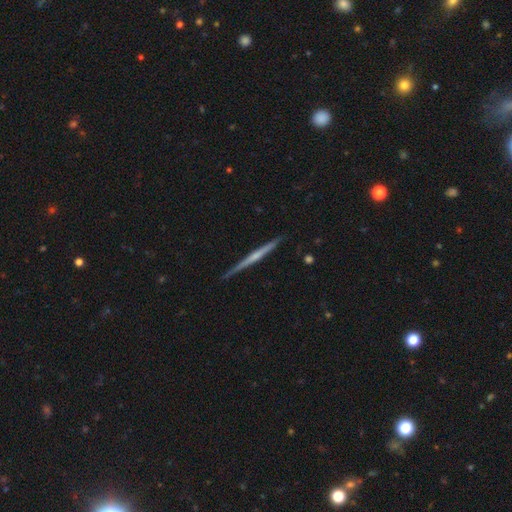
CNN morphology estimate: smooth_or_featured: featured or disk (p=0.70) [alt: smooth p=0.25]
disk_edge_on: yes (p=0.98) [alt: no p=0.02]
edge_on_bulge: none (p=0.57) [alt: rounded p=0.35]
merging: none (p=0.89) [alt: minor disturbance p=0.08]